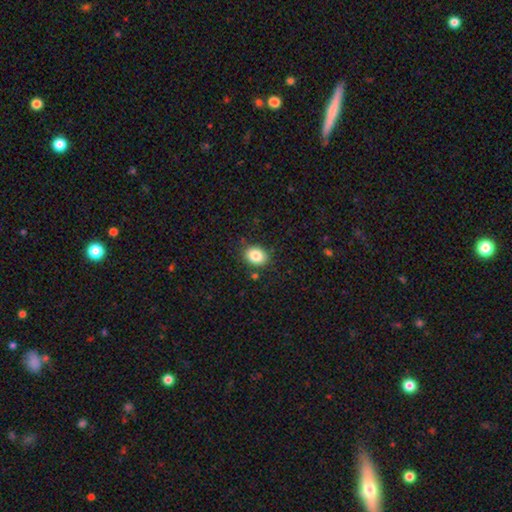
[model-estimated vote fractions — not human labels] Smooth or featured: smooth — 84% (star or artifact — 9%)
How rounded: in between — 57% (round — 42%)
Merging: none — 86% (minor disturbance — 10%)